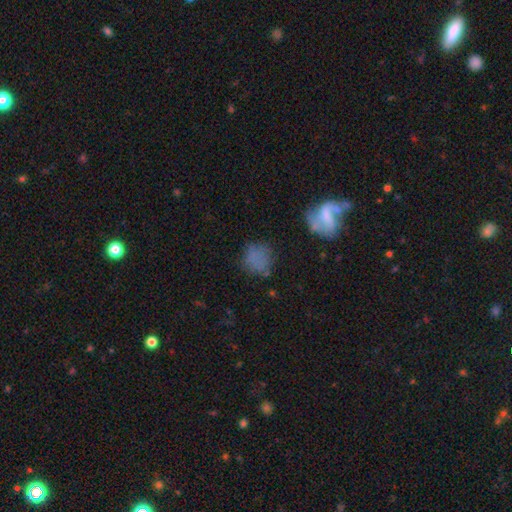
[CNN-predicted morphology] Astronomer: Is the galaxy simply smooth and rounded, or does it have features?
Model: smooth — 67%.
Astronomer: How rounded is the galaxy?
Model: round — 76%.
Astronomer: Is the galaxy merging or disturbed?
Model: none — 60%.